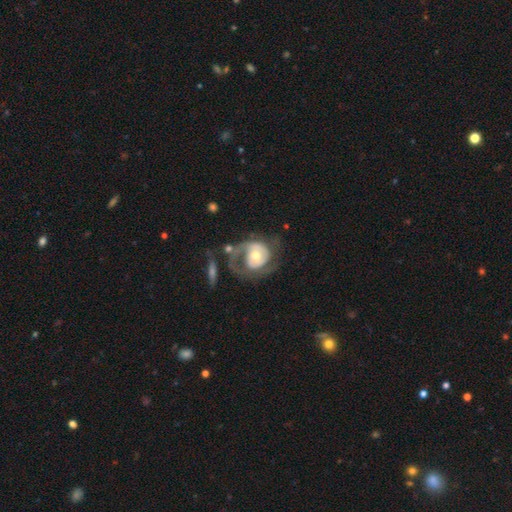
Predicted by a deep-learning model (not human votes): featured or disk 74%, smooth 21%, star or artifact 5%. Down the decision tree: edge-on disk — no (97%); bar — no (73%); spiral arms — yes (79%); spiral arm count — 1 (42%); spiral winding — tight (45%); bulge size — moderate (69%); merging — major disturbance (39%).